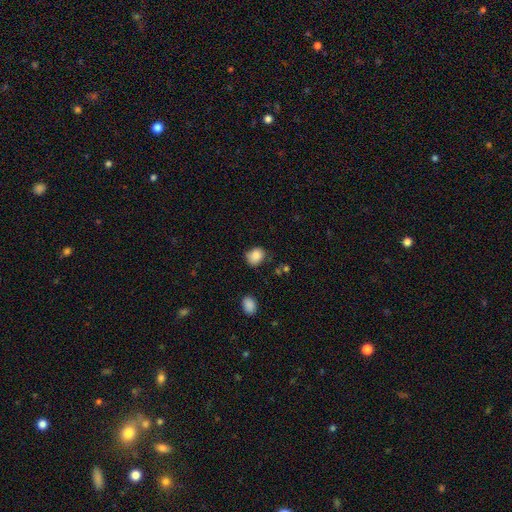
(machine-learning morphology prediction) A smooth galaxy with no disk features (86%) that is round (53%).

Vote fractions:
- Smooth or featured? smooth: 86% / star or artifact: 9% / featured or disk: 5%
- How rounded? round: 53% / in between: 46% / cigar-shaped: 1%
- Merging? none: 63% / minor disturbance: 28% / major disturbance: 6% / merger: 3%